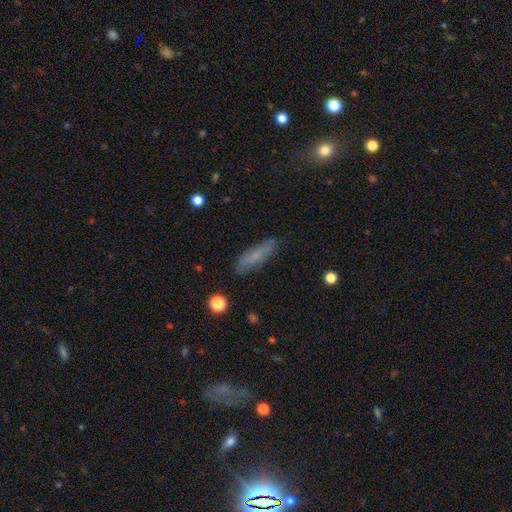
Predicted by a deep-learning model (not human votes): smooth-or-featured: smooth: 64% | featured or disk: 27% | star or artifact: 9%
  how-rounded: cigar-shaped: 64% | in between: 34% | round: 3%
  merging: none: 79% | minor disturbance: 16% | major disturbance: 4% | merger: 2%